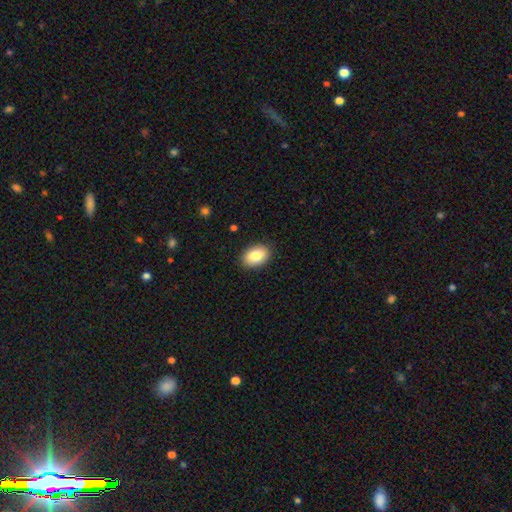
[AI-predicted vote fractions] Smooth or featured? smooth (85%)
How rounded? in between (87%)
Merging? none (89%)